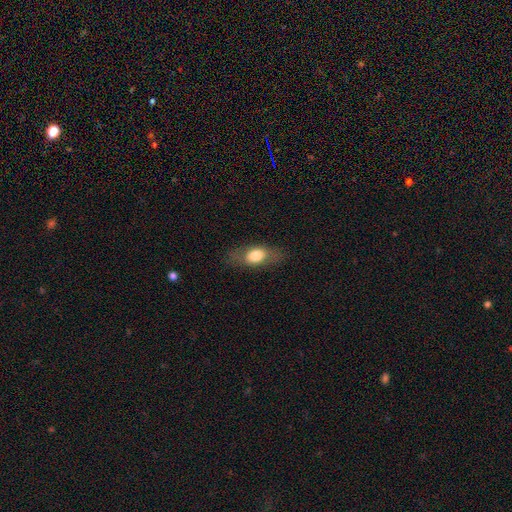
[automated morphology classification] Q: Smooth or featured?
A: smooth (68%); runner-up: featured or disk (25%)
Q: How rounded?
A: in between (77%); runner-up: cigar-shaped (12%)
Q: Merging?
A: none (78%); runner-up: minor disturbance (14%)